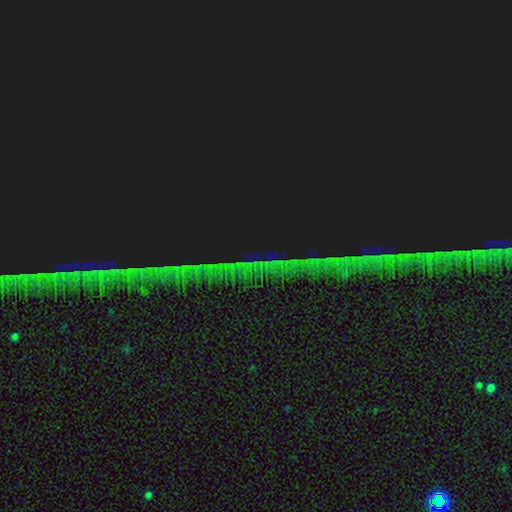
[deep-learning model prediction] This appears to be a star or artifact, not a galaxy (86%).